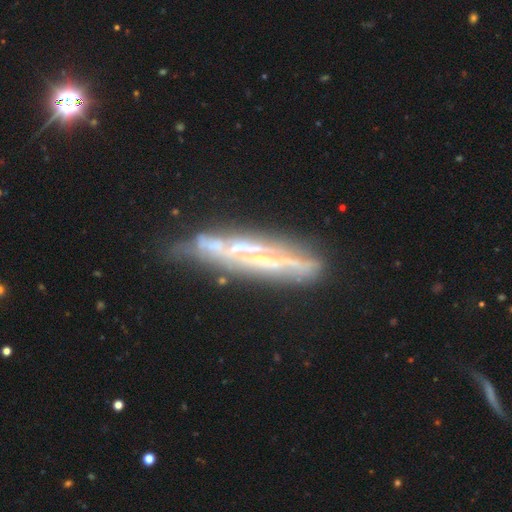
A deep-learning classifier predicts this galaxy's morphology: Smooth or featured?
  - featured or disk: 75% *
  - smooth: 17%
  - star or artifact: 8%
Edge-on disk?
  - yes: 77% *
  - no: 23%
Edge-on bulge?
  - none: 72% *
  - rounded: 17%
  - boxy: 11%
Merging?
  - none: 69% *
  - minor disturbance: 20%
  - major disturbance: 7%
  - merger: 4%